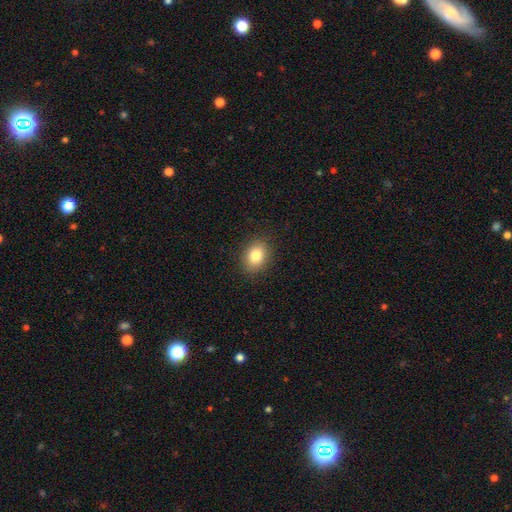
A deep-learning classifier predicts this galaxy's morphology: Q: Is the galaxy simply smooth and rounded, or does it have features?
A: smooth — 83%.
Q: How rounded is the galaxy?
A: in between — 64%.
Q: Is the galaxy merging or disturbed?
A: none — 89%.